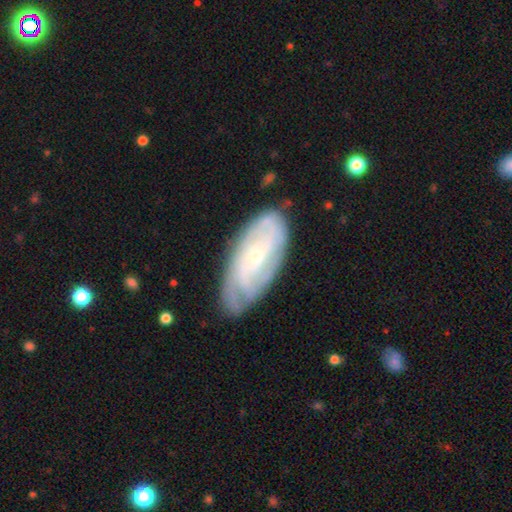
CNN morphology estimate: smooth-or-featured: featured or disk: 71% | smooth: 23% | star or artifact: 6%
  disk-edge-on: no: 91% | yes: 9%
    bar: no: 60% | weak: 31% | strong: 9%
    has-spiral-arms: yes: 87% | no: 13%
      spiral-winding: tight: 59% | medium: 29% | loose: 11%
      spiral-arm-count: can't tell: 50% | 2: 21% | 3: 12% | 4: 9% | 1: 4% | more than 4: 4%
    bulge-size: small: 71% | moderate: 25% | none: 2% | large: 1% | dominant: 1%
  merging: none: 74% | minor disturbance: 20% | major disturbance: 5% | merger: 2%